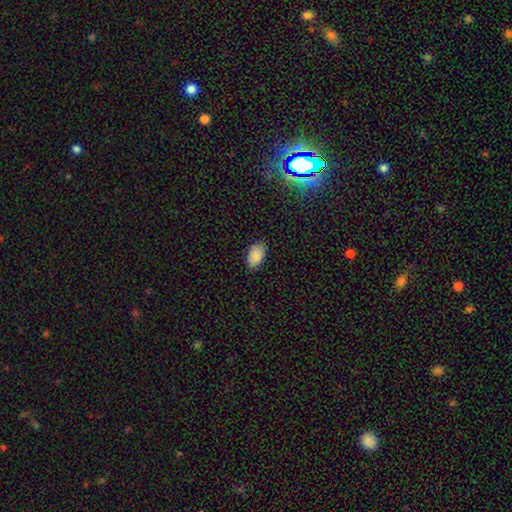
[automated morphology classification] A smooth galaxy with no disk features (88%) that is in between round and cigar-shaped (94%).

Vote fractions:
- Smooth or featured? smooth: 88% / star or artifact: 8% / featured or disk: 4%
- How rounded? in between: 94% / round: 5% / cigar-shaped: 1%
- Merging? none: 86% / minor disturbance: 11% / major disturbance: 2% / merger: 1%